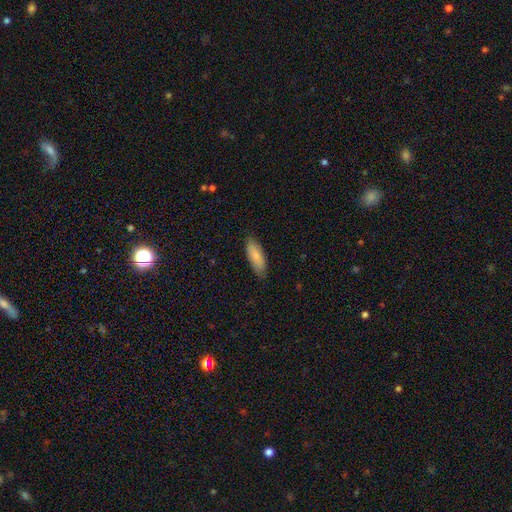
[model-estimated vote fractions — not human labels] The model was most divided on "how rounded": in between: 68%, cigar-shaped: 30%, round: 2%. More confident: smooth or featured — smooth (84%); merging — none (83%).